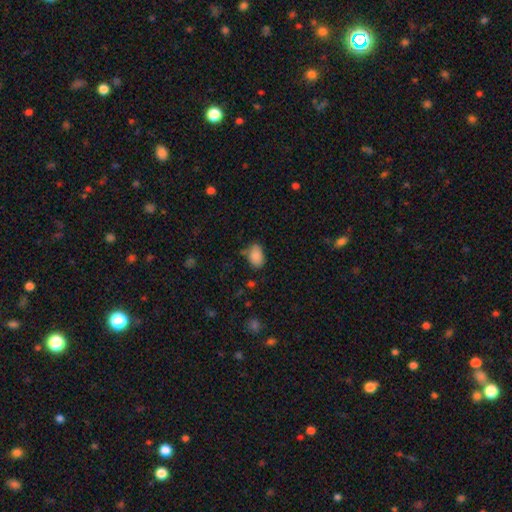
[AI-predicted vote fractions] smooth_or_featured: smooth (p=0.87) [alt: star or artifact p=0.09]
how_rounded: in between (p=0.86) [alt: round p=0.13]
merging: none (p=0.64) [alt: minor disturbance p=0.24]